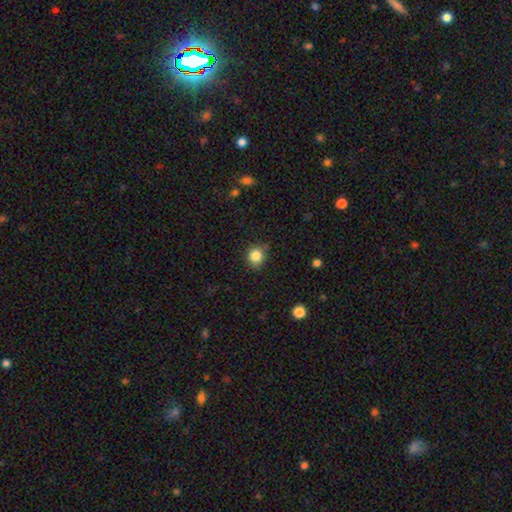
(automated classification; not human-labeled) smooth_or_featured: smooth (p=0.84) [alt: star or artifact p=0.11]
how_rounded: round (p=0.84) [alt: in between p=0.15]
merging: none (p=0.80) [alt: minor disturbance p=0.15]